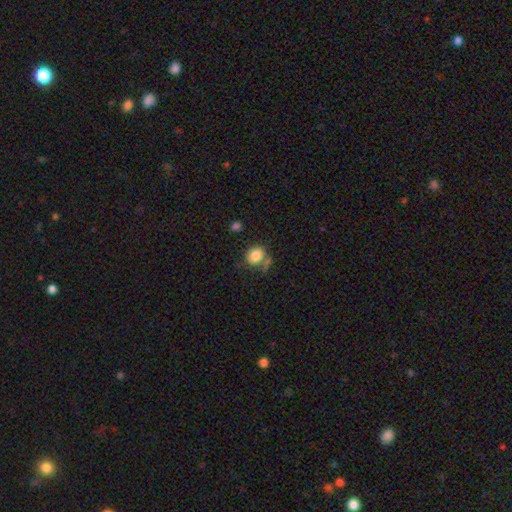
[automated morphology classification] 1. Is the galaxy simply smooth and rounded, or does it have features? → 83% smooth, 9% star or artifact, 7% featured or disk.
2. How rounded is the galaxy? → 58% round, 41% in between, 1% cigar-shaped.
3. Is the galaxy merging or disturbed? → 61% none, 17% minor disturbance, 15% merger, 7% major disturbance.